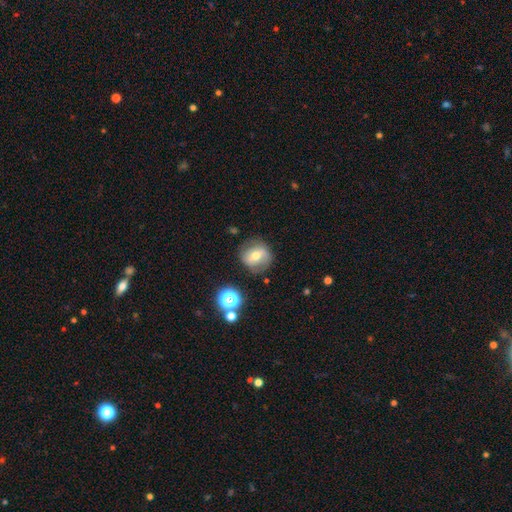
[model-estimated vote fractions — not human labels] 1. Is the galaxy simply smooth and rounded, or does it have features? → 50% smooth, 39% featured or disk, 11% star or artifact.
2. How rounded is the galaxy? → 83% round, 16% in between, 1% cigar-shaped.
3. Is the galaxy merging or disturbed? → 76% none, 16% minor disturbance, 6% major disturbance, 2% merger.